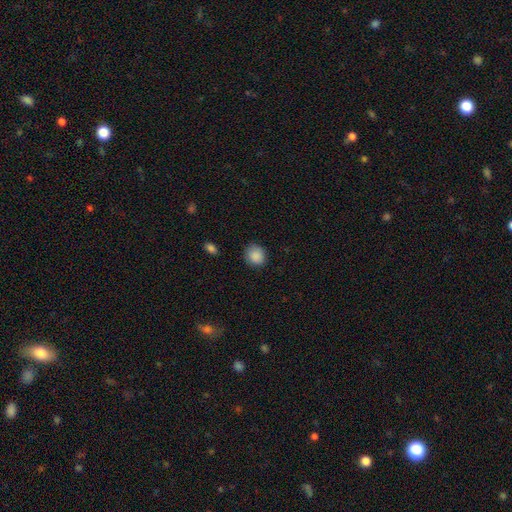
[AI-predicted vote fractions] Smooth or featured? Predicted: smooth (p=0.88). How rounded? Predicted: round (p=0.82). Merging? Predicted: none (p=0.85).